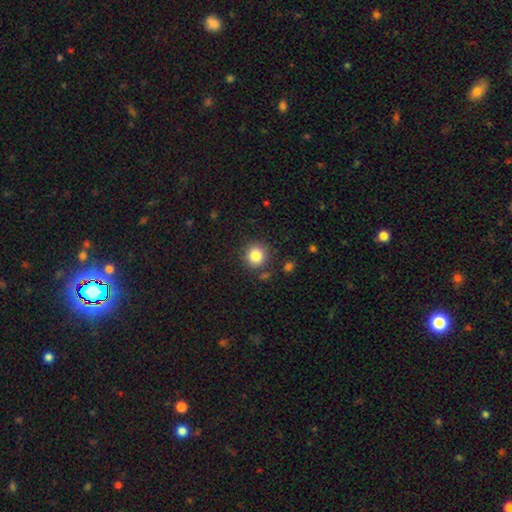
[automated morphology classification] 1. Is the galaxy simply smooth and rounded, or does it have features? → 84% smooth, 10% star or artifact, 5% featured or disk.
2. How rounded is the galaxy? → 90% round, 9% in between, 1% cigar-shaped.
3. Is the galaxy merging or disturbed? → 85% none, 9% minor disturbance, 3% merger, 3% major disturbance.